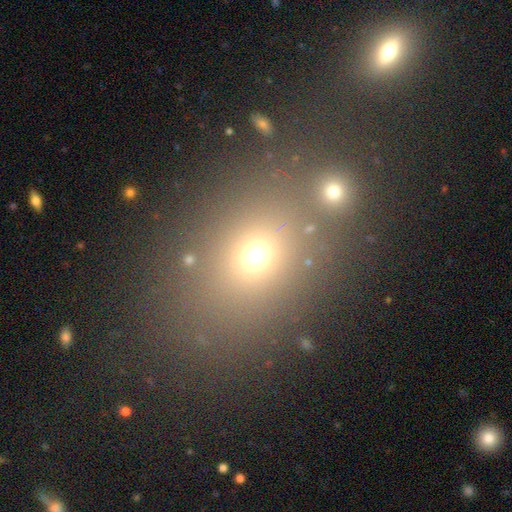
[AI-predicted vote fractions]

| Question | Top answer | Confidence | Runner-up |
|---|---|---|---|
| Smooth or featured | smooth | 65% | star or artifact (23%) |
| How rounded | in between | 56% | round (42%) |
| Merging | none | 68% | merger (15%) |